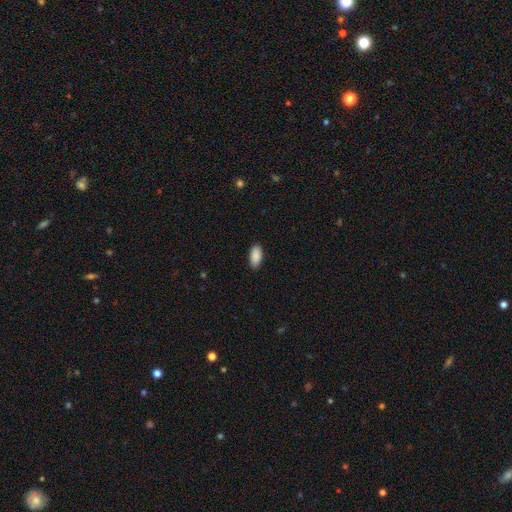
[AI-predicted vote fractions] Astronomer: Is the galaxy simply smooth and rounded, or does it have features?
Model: smooth — 90%.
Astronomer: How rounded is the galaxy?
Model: in between — 94%.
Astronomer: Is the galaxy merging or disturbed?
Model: none — 88%.